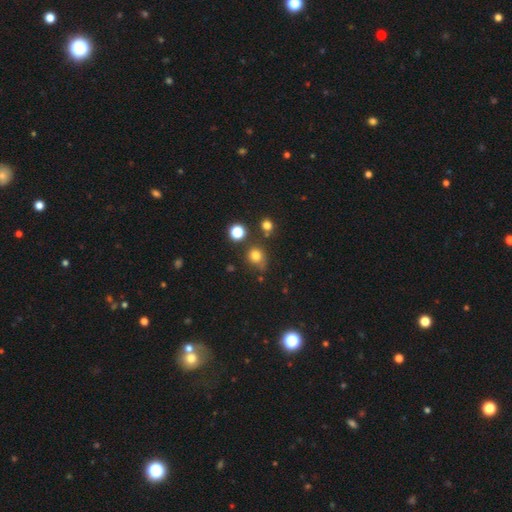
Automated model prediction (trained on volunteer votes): Q: Smooth or featured?
A: smooth (77%); runner-up: star or artifact (16%)
Q: How rounded?
A: round (74%); runner-up: in between (25%)
Q: Merging?
A: none (63%); runner-up: minor disturbance (22%)